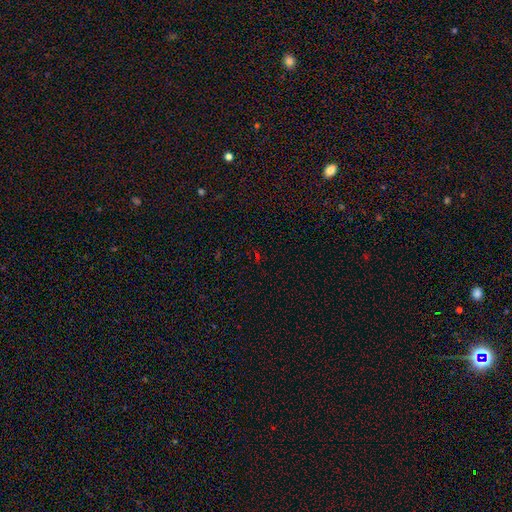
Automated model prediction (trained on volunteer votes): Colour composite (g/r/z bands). It shows a star or artifact, not a galaxy (67%).